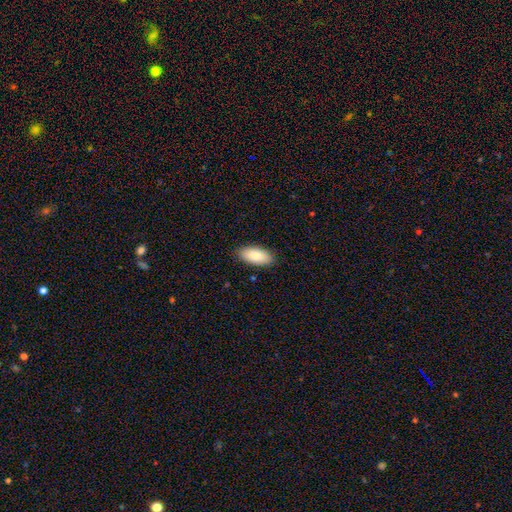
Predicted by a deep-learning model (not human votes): Overall: smooth (86%). How rounded: in between (91%). Merging: none (87%).